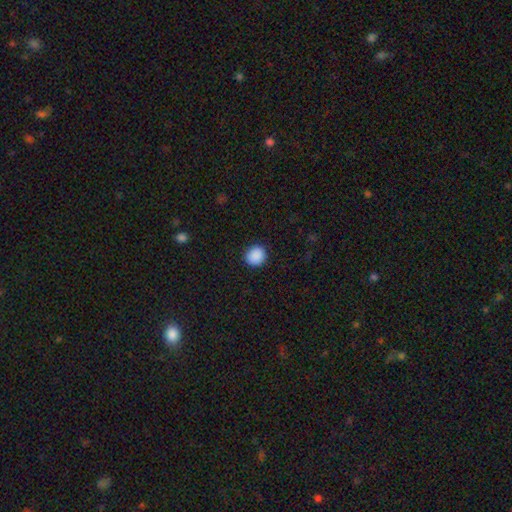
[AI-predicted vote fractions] Smooth or featured? Predicted: smooth (p=0.90). How rounded? Predicted: round (p=0.86). Merging? Predicted: none (p=0.91).